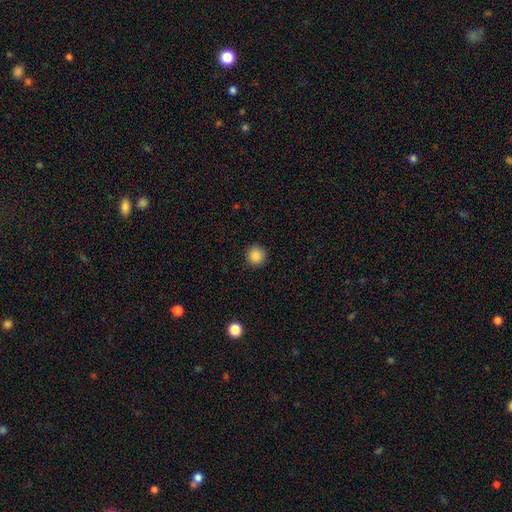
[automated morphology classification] A smooth galaxy with no disk features (87%) that is round (95%).

Vote fractions:
- Smooth or featured? smooth: 87% / star or artifact: 9% / featured or disk: 3%
- How rounded? round: 95% / in between: 4% / cigar-shaped: 1%
- Merging? none: 92% / minor disturbance: 5% / major disturbance: 2% / merger: 1%